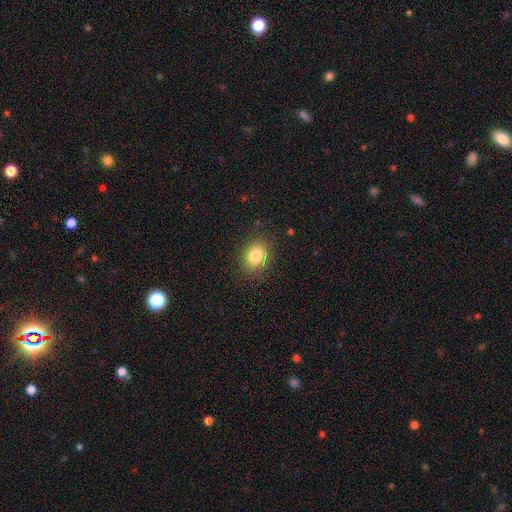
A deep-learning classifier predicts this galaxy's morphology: This appears to be a smooth galaxy with no disk features (82%) that is round (51%). Merging: none (85%).